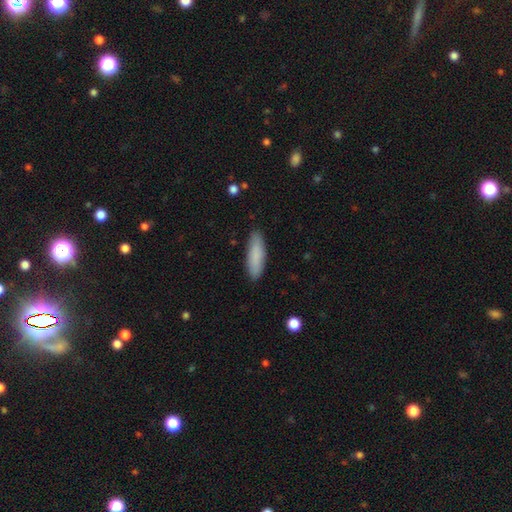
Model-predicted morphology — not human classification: smooth-or-featured: smooth: 86% | featured or disk: 8% | star or artifact: 6%
  how-rounded: cigar-shaped: 56% | in between: 43% | round: 1%
  merging: none: 88% | minor disturbance: 9% | major disturbance: 2% | merger: 1%